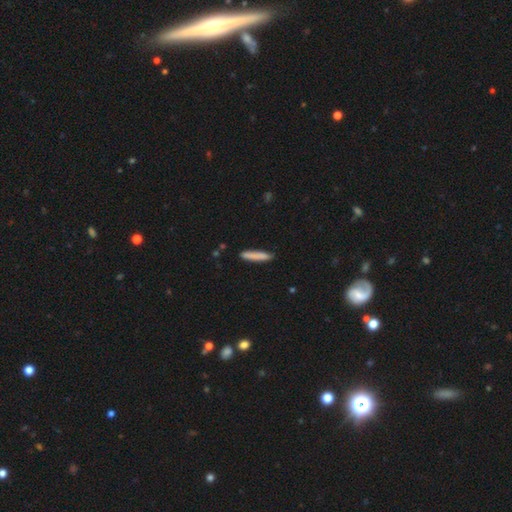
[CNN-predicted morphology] A smooth galaxy with no disk features (82%) that is cigar-shaped (92%). Merging: none (86%).